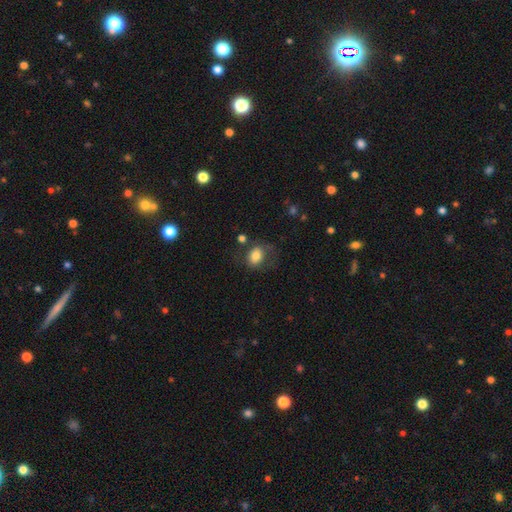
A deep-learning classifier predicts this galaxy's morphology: A smooth galaxy with no disk features (76%) that is in between round and cigar-shaped (61%).

Vote fractions:
- Smooth or featured? smooth: 76% / featured or disk: 15% / star or artifact: 9%
- How rounded? in between: 61% / round: 38% / cigar-shaped: 1%
- Merging? none: 60% / minor disturbance: 21% / major disturbance: 14% / merger: 6%